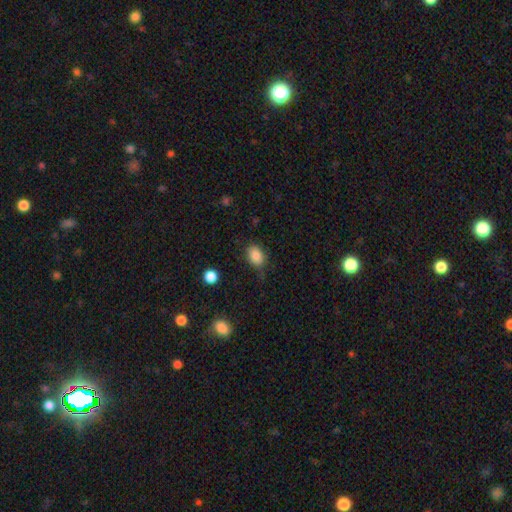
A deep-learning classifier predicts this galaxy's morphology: This appears to be a smooth galaxy with no disk features (85%) that is in between round and cigar-shaped (71%). Merging: none (65%).